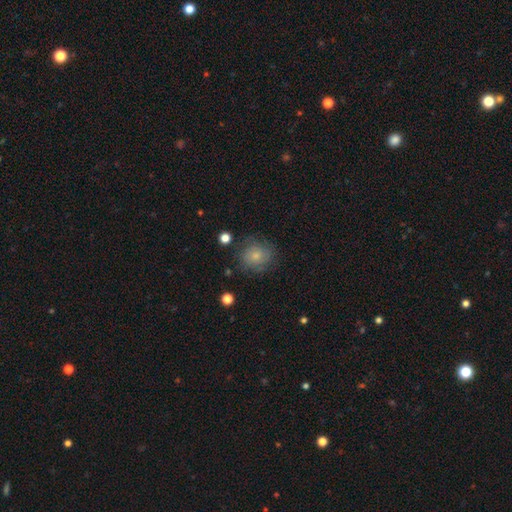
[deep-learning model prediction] Smooth or featured?
  - smooth: 74% *
  - featured or disk: 17%
  - star or artifact: 10%
How rounded?
  - round: 80% *
  - in between: 19%
  - cigar-shaped: 1%
Merging?
  - none: 74% *
  - minor disturbance: 17%
  - major disturbance: 7%
  - merger: 2%